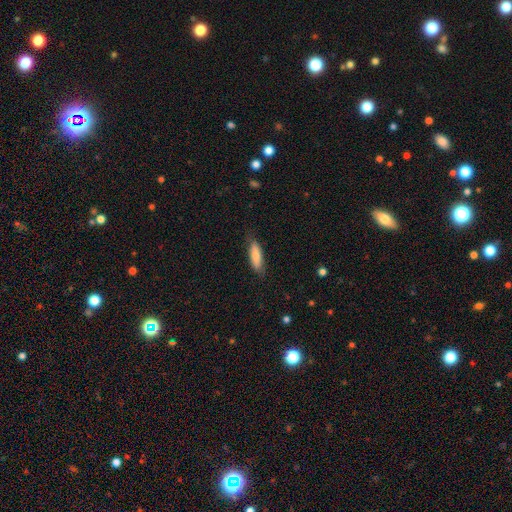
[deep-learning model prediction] smooth_or_featured: smooth (p=0.79) [alt: featured or disk p=0.15]
how_rounded: cigar-shaped (p=0.52) [alt: in between p=0.46]
merging: none (p=0.79) [alt: minor disturbance p=0.17]